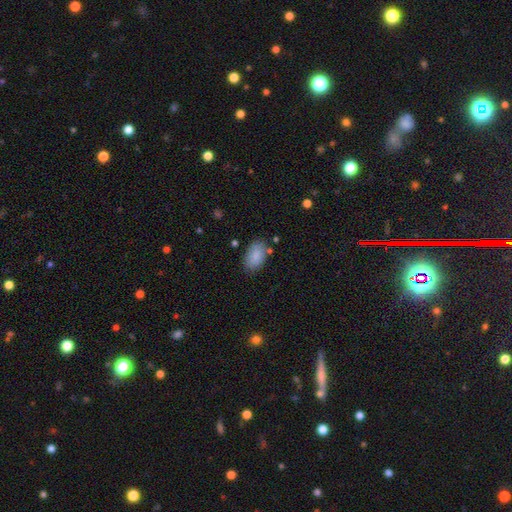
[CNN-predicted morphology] Smooth or featured: smooth — 87% (star or artifact — 7%)
How rounded: in between — 93% (round — 6%)
Merging: none — 77% (minor disturbance — 16%)